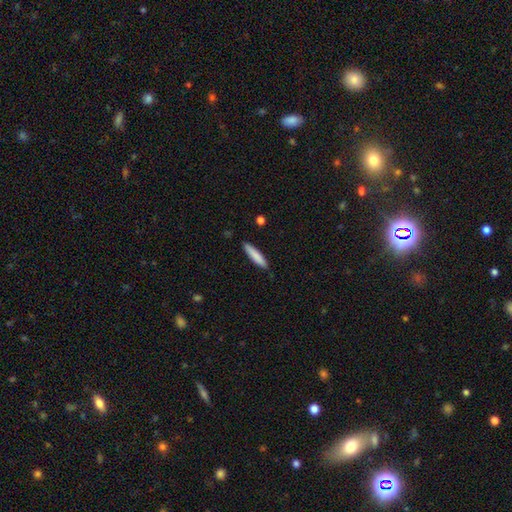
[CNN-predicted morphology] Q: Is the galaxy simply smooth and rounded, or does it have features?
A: smooth — 84%.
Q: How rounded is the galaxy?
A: cigar-shaped — 85%.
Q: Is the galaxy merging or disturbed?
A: none — 87%.